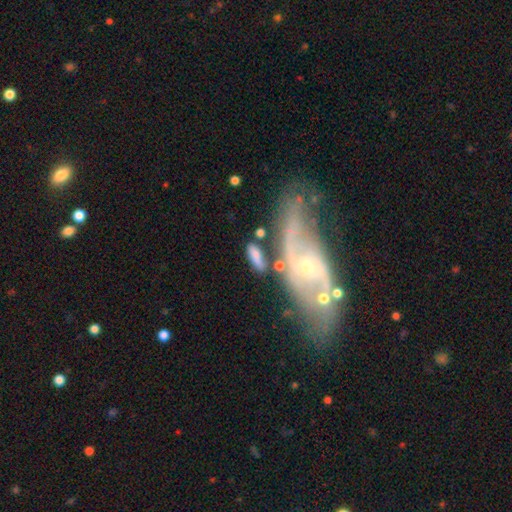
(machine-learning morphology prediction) type=smooth (67%); roundness=in between (73%); merging=none (54%).